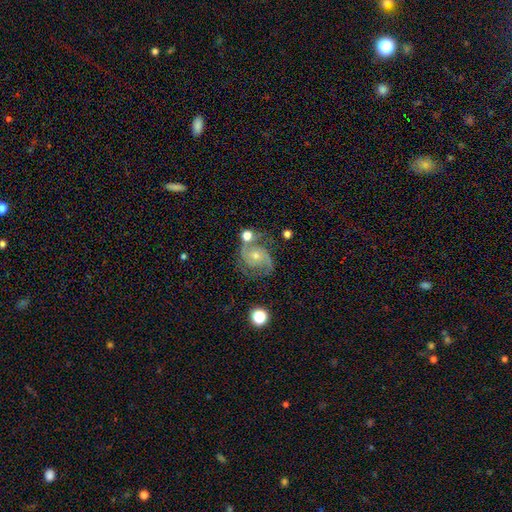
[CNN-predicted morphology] A featured or disk galaxy (87%) with no bar (69%), 2 (78%) medium (51%) spiral arms (98%) and a small central bulge (58%).

Vote fractions:
- Smooth or featured? featured or disk: 87% / star or artifact: 7% / smooth: 6%
- Edge-on disk? no: 98% / yes: 2%
- Bar? no: 69% / weak: 25% / strong: 6%
- Spiral arms? yes: 98% / no: 2%
- Spiral winding? medium: 51% / tight: 38% / loose: 11%
- Spiral arm count? 2: 78% / 3: 11% / can't tell: 5% / 1: 2% / 4: 2% / more than 4: 2%
- Bulge size? small: 58% / moderate: 37% / none: 2% / large: 2% / dominant: 1%
- Merging? none: 66% / minor disturbance: 16% / merger: 11% / major disturbance: 7%